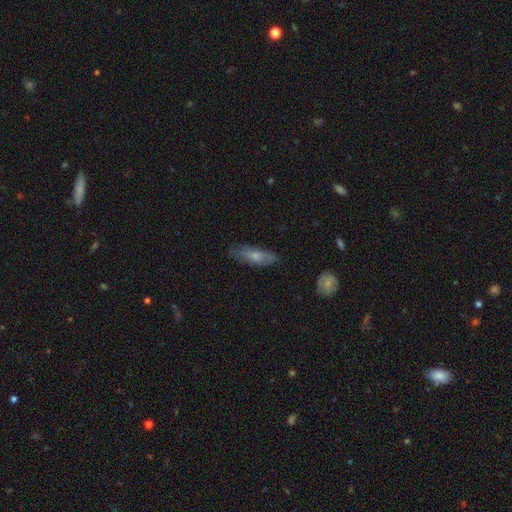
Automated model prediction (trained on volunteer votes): Smooth or featured?
  - smooth: 59% *
  - featured or disk: 34%
  - star or artifact: 6%
How rounded?
  - in between: 50% *
  - cigar-shaped: 48%
  - round: 2%
Merging?
  - none: 75% *
  - minor disturbance: 20%
  - major disturbance: 4%
  - merger: 1%